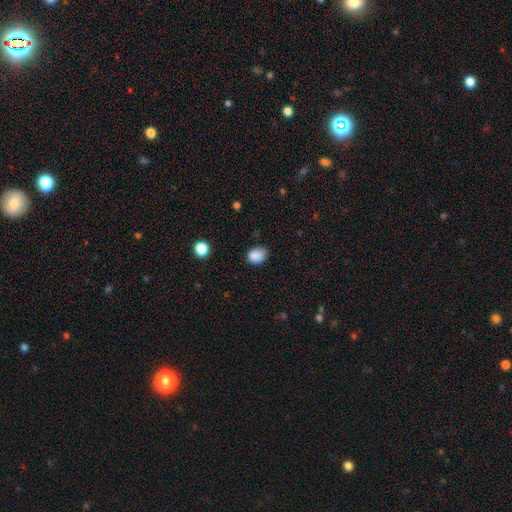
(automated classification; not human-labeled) Q: Smooth or featured?
A: smooth (86%); runner-up: star or artifact (10%)
Q: How rounded?
A: in between (57%); runner-up: round (42%)
Q: Merging?
A: none (65%); runner-up: minor disturbance (28%)